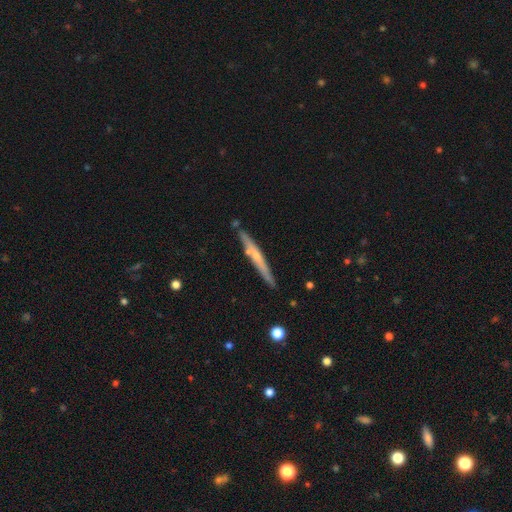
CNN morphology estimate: Overall: featured or disk (57%; smooth 37%). Edge-on disk: yes (94%). Edge-on bulge: none (54%; rounded 41%). Merging: none (84%).